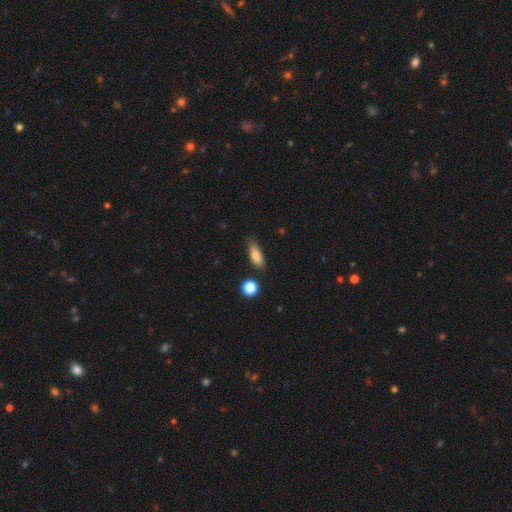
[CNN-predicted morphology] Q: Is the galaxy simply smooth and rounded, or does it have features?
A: smooth — 81%.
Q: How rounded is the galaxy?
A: in between — 70%.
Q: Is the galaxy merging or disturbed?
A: none — 73%.